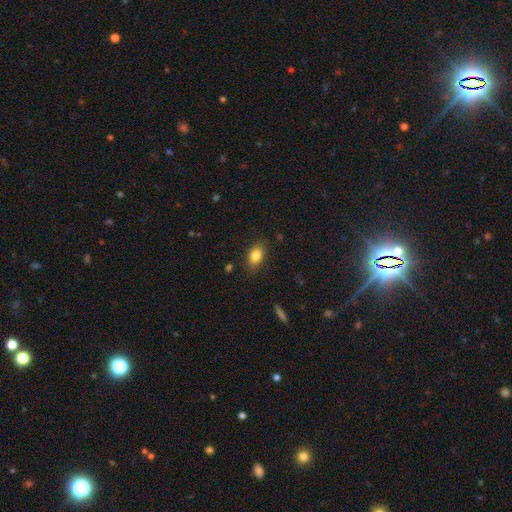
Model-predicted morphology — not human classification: smooth 83%, star or artifact 9%, featured or disk 8%. Down the decision tree: how rounded — in between (85%); merging — none (84%).